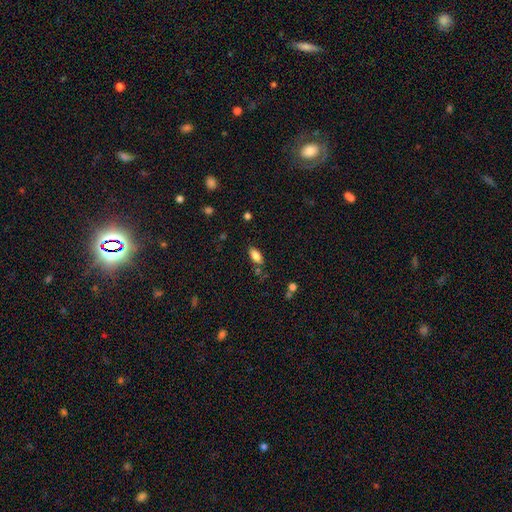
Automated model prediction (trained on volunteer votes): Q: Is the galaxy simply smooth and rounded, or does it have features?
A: smooth — 83%.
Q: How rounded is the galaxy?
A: in between — 88%.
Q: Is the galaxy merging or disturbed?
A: none — 75%.